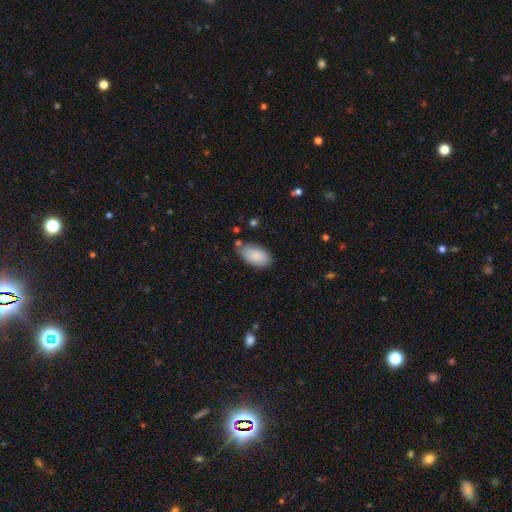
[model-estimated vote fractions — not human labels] Morphology: type=smooth (88%); roundness=in between (95%); merging=none (71%).